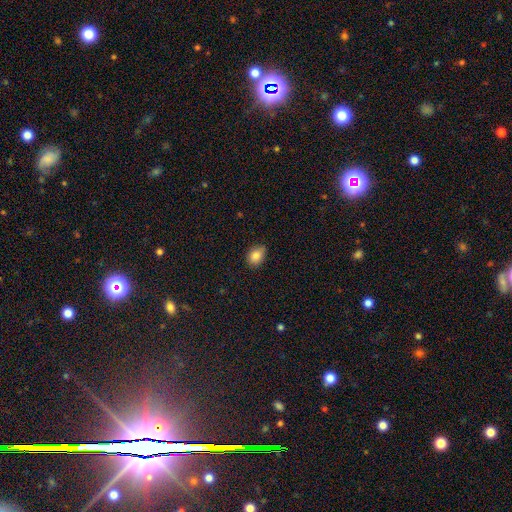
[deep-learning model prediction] Morphology: type=smooth (85%); roundness=in between (67%); merging=none (78%).